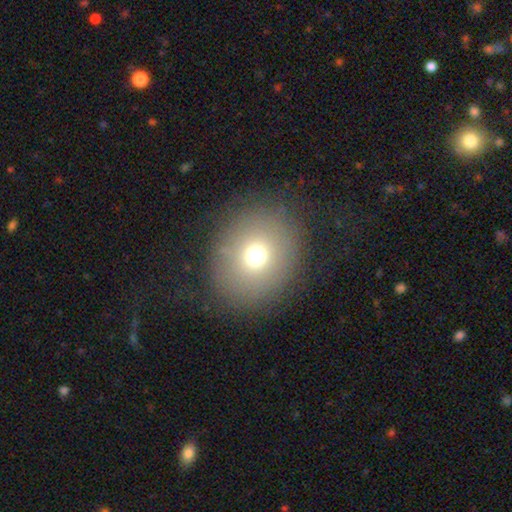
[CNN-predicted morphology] This appears to be a smooth galaxy with no disk features (70%) that is round (78%). Merging: none (86%).